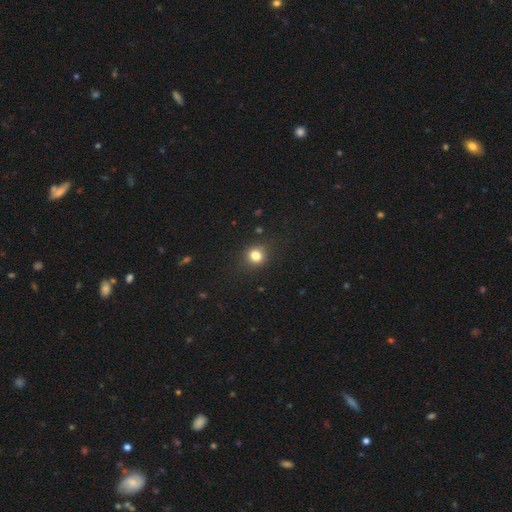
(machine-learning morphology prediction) Smooth or featured: smooth — 81% (star or artifact — 13%)
How rounded: round — 85% (in between — 14%)
Merging: none — 87% (minor disturbance — 9%)